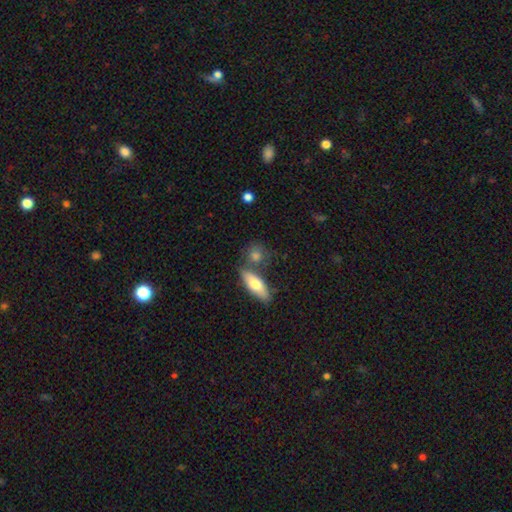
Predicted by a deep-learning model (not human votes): Overall: smooth (75%). How rounded: round (46%; in between 40%). Merging: none (62%).